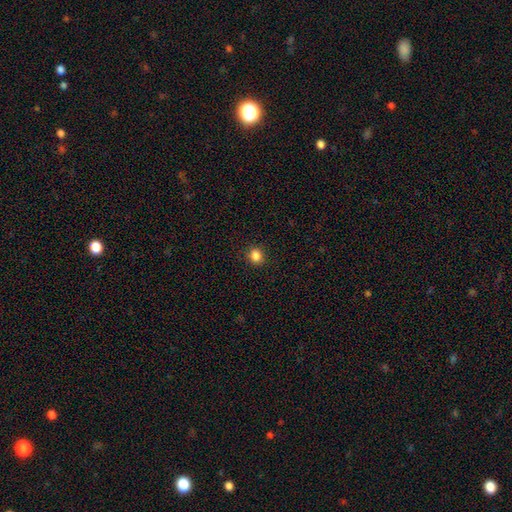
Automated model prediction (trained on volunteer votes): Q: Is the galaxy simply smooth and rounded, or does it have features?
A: smooth — 85%.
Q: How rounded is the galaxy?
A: round — 85%.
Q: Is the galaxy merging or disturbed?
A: none — 91%.